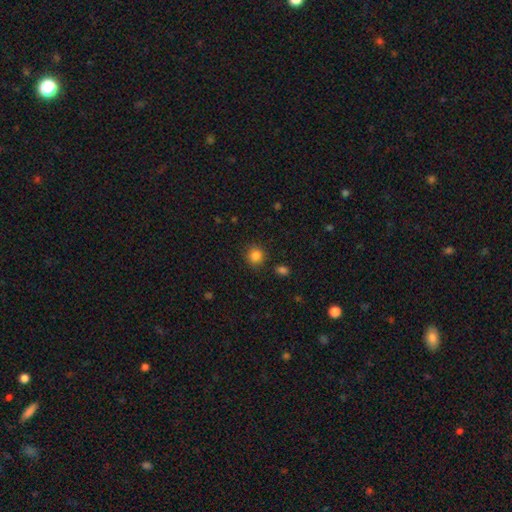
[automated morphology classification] A smooth galaxy with no disk features (85%) that is round (86%). Merging: none (85%).